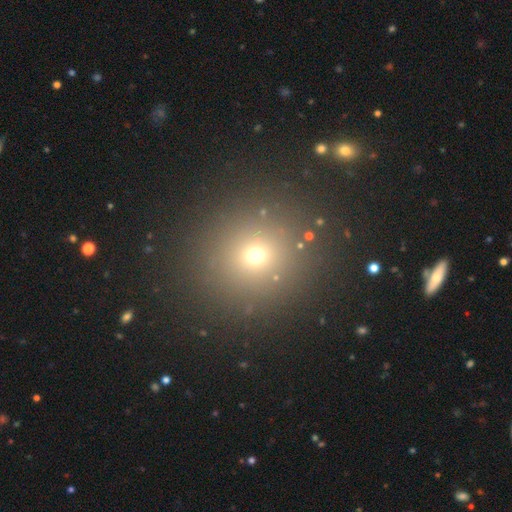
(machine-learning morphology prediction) type=smooth (63%); roundness=round (91%); merging=none (88%).